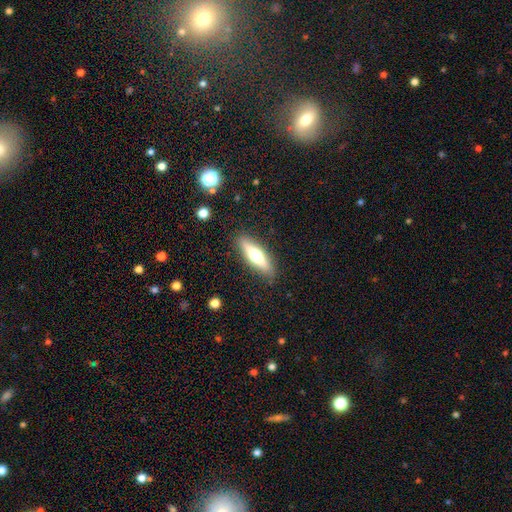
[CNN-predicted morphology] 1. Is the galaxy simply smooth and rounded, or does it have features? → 50% smooth, 44% featured or disk, 6% star or artifact.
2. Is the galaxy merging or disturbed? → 87% none, 9% minor disturbance, 2% major disturbance, 1% merger.